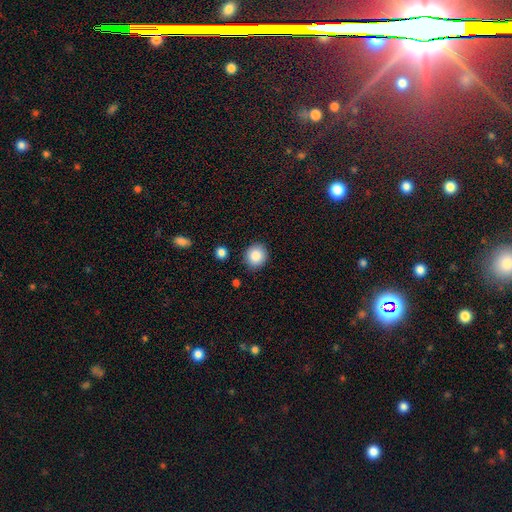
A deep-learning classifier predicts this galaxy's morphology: Smooth or featured: smooth — 86% (star or artifact — 9%)
How rounded: round — 84% (in between — 15%)
Merging: none — 87% (minor disturbance — 8%)